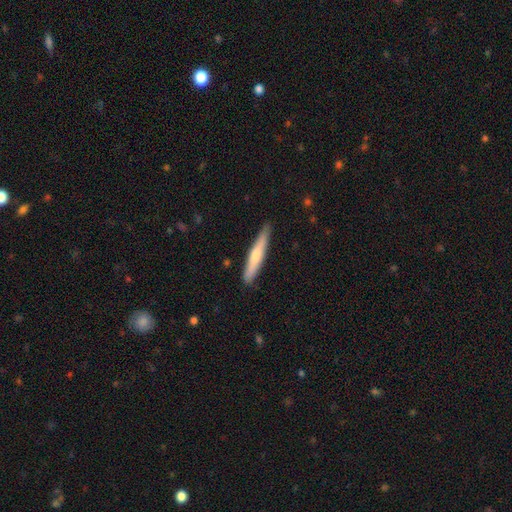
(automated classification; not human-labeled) Q: Smooth or featured?
A: smooth (57%); runner-up: featured or disk (38%)
Q: How rounded?
A: cigar-shaped (93%); runner-up: in between (6%)
Q: Merging?
A: none (87%); runner-up: minor disturbance (10%)